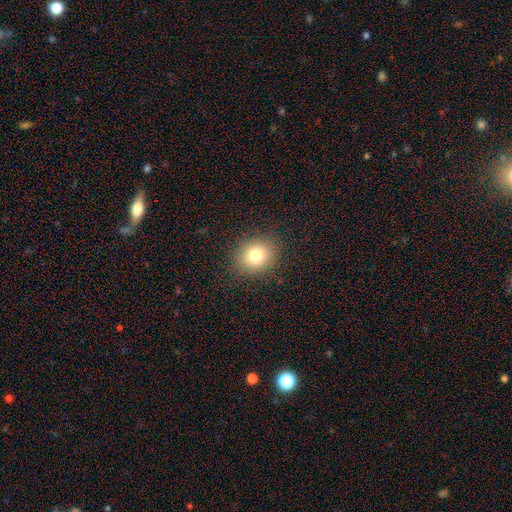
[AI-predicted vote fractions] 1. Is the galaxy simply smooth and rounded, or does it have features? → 78% smooth, 13% star or artifact, 10% featured or disk.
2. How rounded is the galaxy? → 68% round, 31% in between, 1% cigar-shaped.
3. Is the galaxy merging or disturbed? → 88% none, 8% minor disturbance, 3% major disturbance, 1% merger.